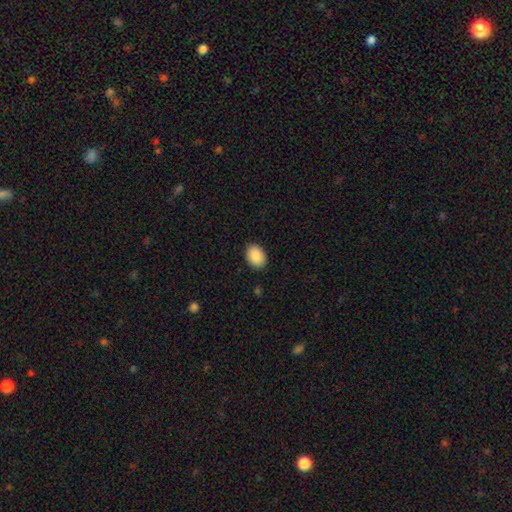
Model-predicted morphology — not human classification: Overall: smooth (90%). How rounded: in between (75%). Merging: none (89%).